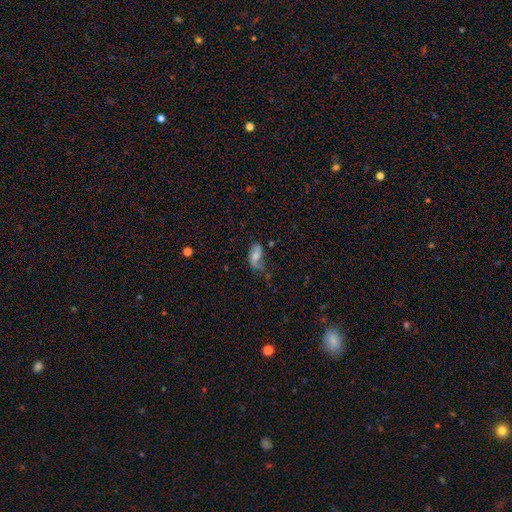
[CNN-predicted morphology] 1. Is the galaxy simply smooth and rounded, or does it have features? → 46% smooth, 44% featured or disk, 9% star or artifact.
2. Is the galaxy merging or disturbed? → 39% none, 32% minor disturbance, 24% major disturbance, 4% merger.